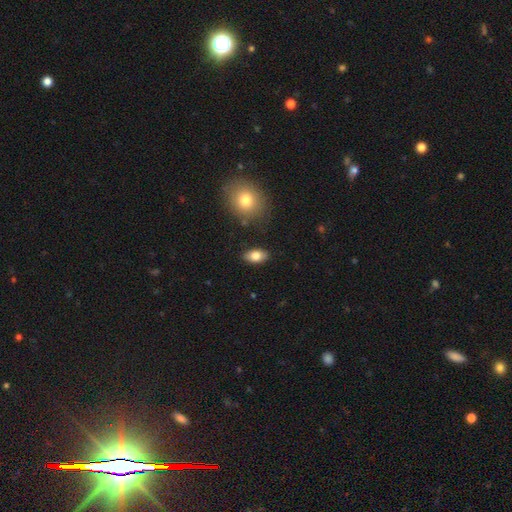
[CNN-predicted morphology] type=smooth (81%); roundness=in between (91%); merging=none (85%).